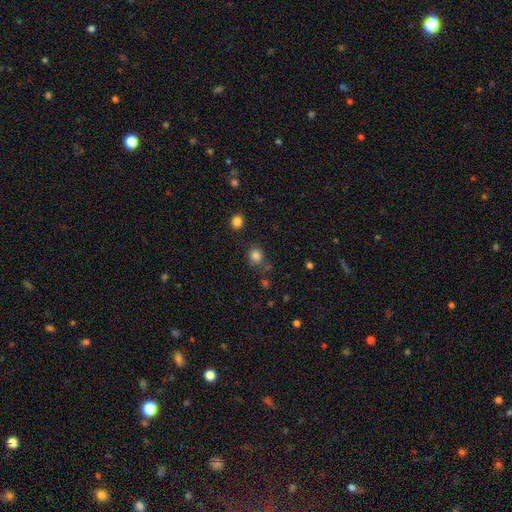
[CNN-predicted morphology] A smooth galaxy with no disk features (82%) that is round (81%). Merging: none (75%).